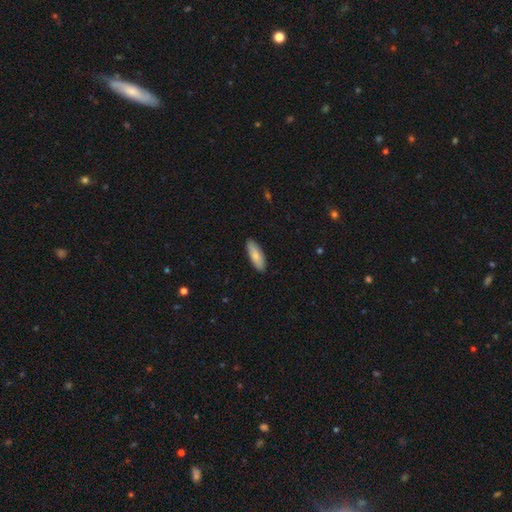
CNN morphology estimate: This is clearly a smooth galaxy (82%). How rounded: possibly in between (60%). Merging: clearly none (89%).